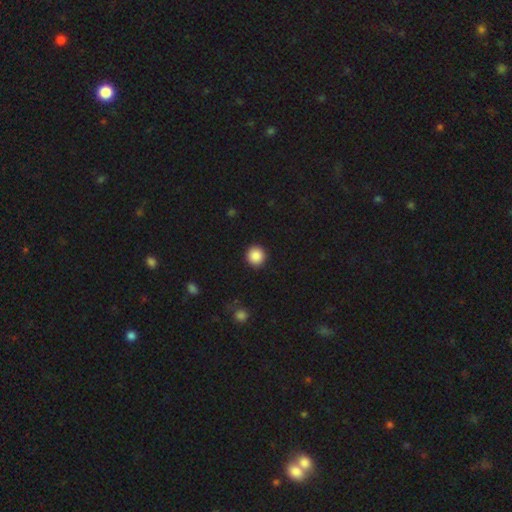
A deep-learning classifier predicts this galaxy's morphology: A smooth galaxy with no disk features (88%) that is round (94%).

Vote fractions:
- Smooth or featured? smooth: 88% / star or artifact: 9% / featured or disk: 3%
- How rounded? round: 94% / in between: 6% / cigar-shaped: 1%
- Merging? none: 92% / minor disturbance: 5% / major disturbance: 2% / merger: 1%